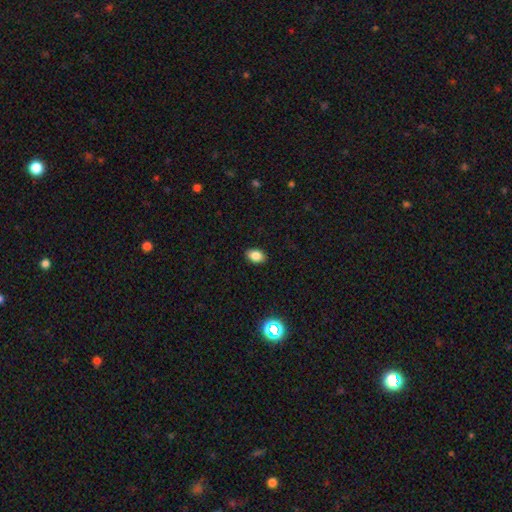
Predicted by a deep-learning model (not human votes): Smooth or featured? Predicted: smooth (p=0.84). How rounded? Predicted: in between (p=0.86). Merging? Predicted: none (p=0.89).